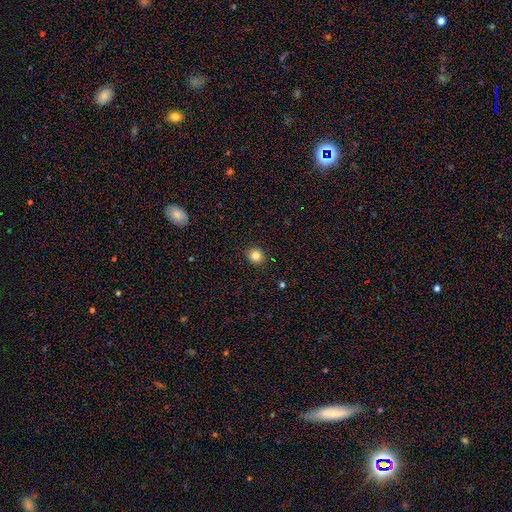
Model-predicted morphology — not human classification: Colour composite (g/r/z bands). It shows a smooth galaxy with no disk features (84%) that is round (87%). Merging: none (92%).